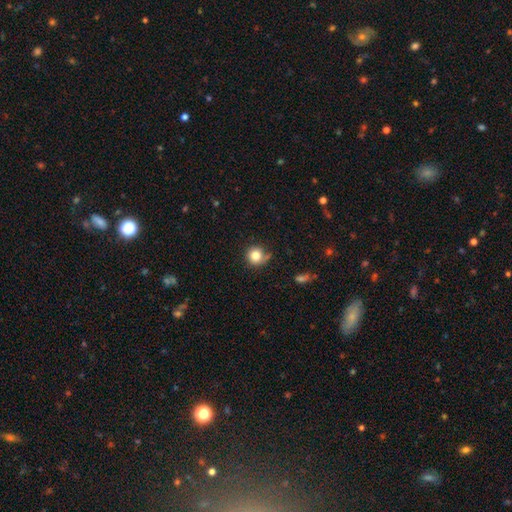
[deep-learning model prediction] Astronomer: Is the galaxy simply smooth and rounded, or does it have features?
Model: smooth — 81%.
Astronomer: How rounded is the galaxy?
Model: round — 92%.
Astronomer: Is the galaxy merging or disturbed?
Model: none — 70%.